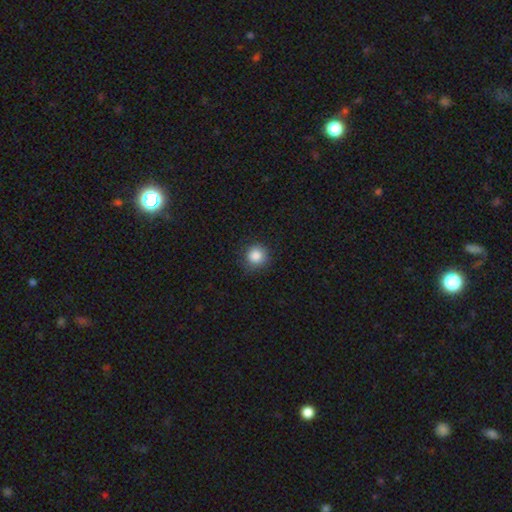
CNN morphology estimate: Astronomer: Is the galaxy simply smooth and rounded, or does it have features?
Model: smooth — 85%.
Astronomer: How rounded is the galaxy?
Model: round — 93%.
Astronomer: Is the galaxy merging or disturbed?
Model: none — 82%.